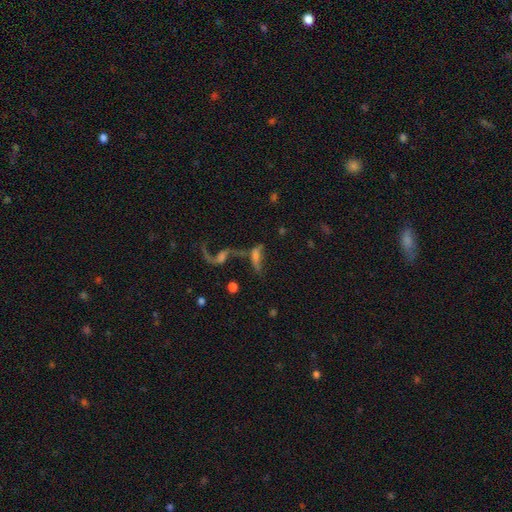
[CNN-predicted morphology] smooth_or_featured: featured or disk (p=0.50) [alt: smooth p=0.32]
merging: merger (p=0.48) [alt: none p=0.22]